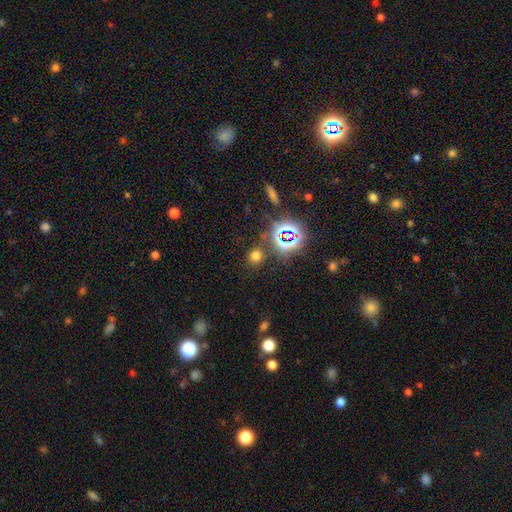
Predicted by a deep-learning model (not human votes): Smooth or featured? smooth (62%)
How rounded? round (75%)
Merging? none (82%)